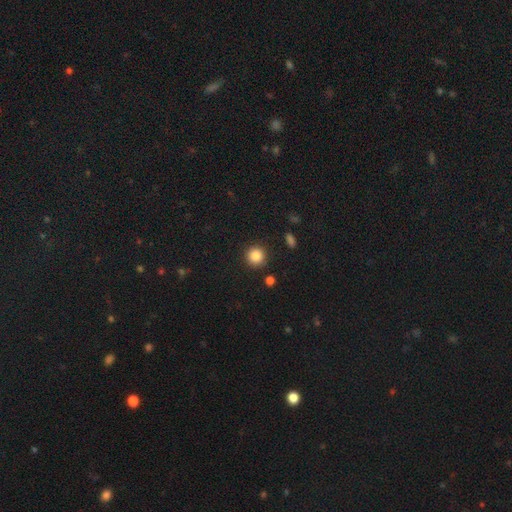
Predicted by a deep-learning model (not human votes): This appears to be a smooth galaxy with no disk features (86%) that is round (94%). Merging: none (89%).